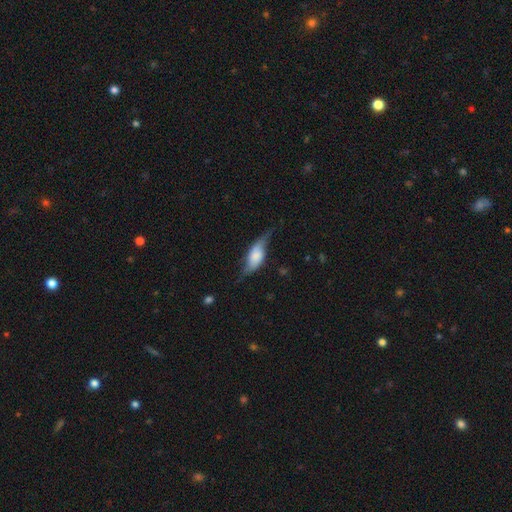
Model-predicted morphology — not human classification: This is possibly a featured or disk galaxy (51%). It is possibly not viewed edge-on (56%). Merging: possibly none (50%).